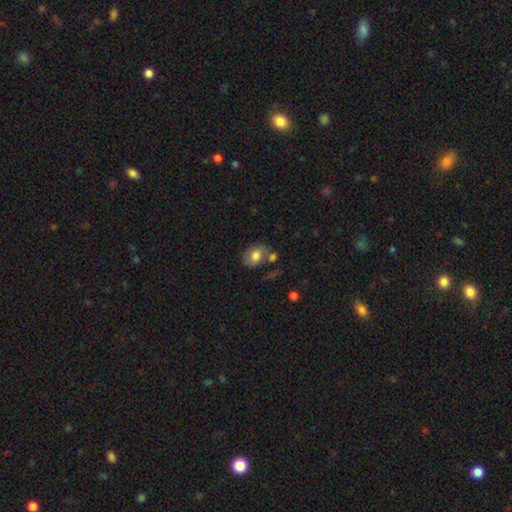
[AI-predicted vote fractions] The model was most divided on "merging": none: 56%, minor disturbance: 20%, merger: 16%, major disturbance: 7%. More confident: smooth or featured — smooth (74%); how rounded — in between (68%).